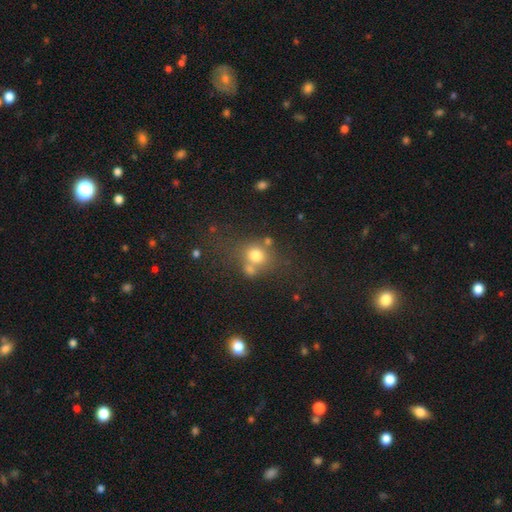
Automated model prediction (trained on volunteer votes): Smooth or featured: smooth — 72% (star or artifact — 15%)
How rounded: round — 71% (in between — 28%)
Merging: none — 51% (merger — 28%)